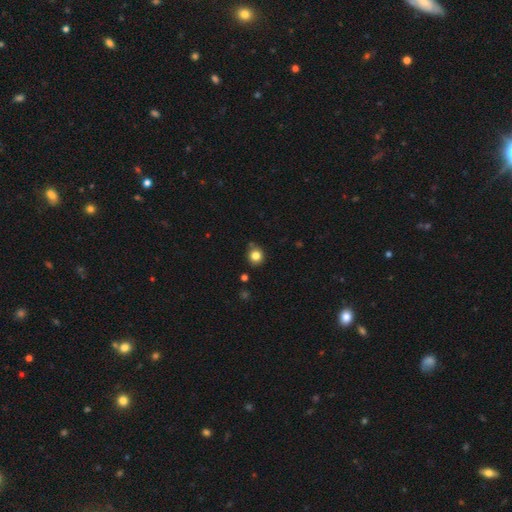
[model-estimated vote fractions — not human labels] This is clearly a smooth galaxy (82%). How rounded: clearly round (89%). Merging: likely none (79%).